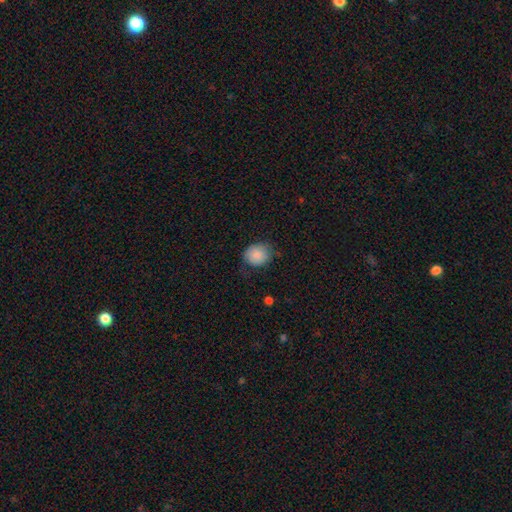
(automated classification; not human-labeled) smooth 86%, star or artifact 8%, featured or disk 7%. Down the decision tree: how rounded — round (67%); merging — none (68%).